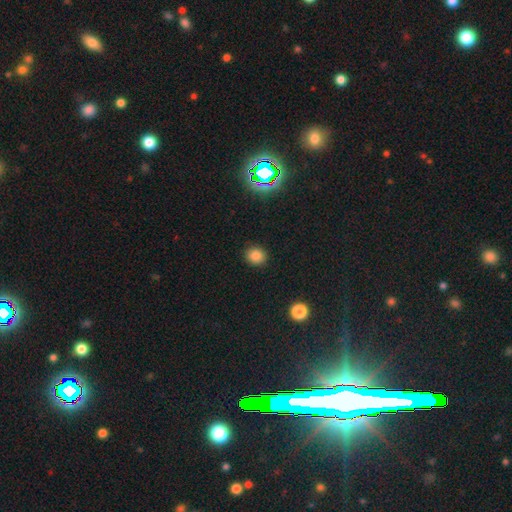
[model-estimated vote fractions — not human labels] A smooth galaxy with no disk features (81%) that is round (81%).

Vote fractions:
- Smooth or featured? smooth: 81% / star or artifact: 14% / featured or disk: 5%
- How rounded? round: 81% / in between: 18% / cigar-shaped: 1%
- Merging? none: 90% / minor disturbance: 7% / major disturbance: 2% / merger: 1%